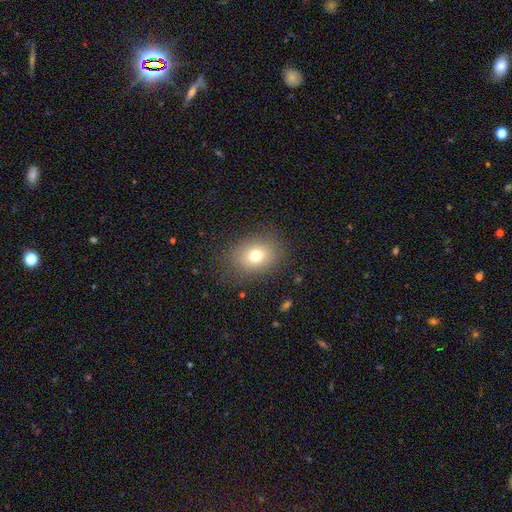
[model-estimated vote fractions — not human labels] The model was most divided on "how rounded": in between: 56%, round: 43%, cigar-shaped: 1%. More confident: merging — none (82%); smooth or featured — smooth (74%).